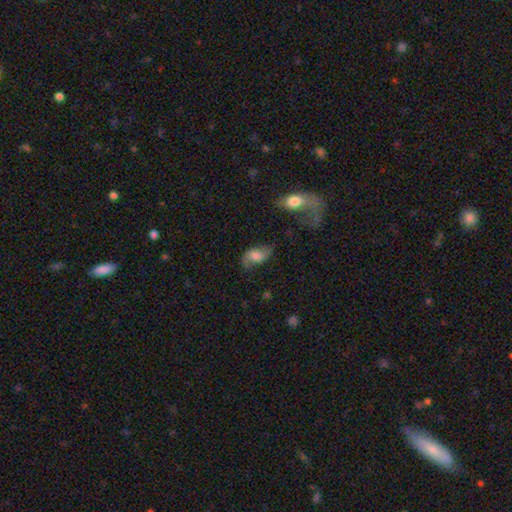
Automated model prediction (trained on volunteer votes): This appears to be a featured or disk galaxy (47%). Merging: none (56%).